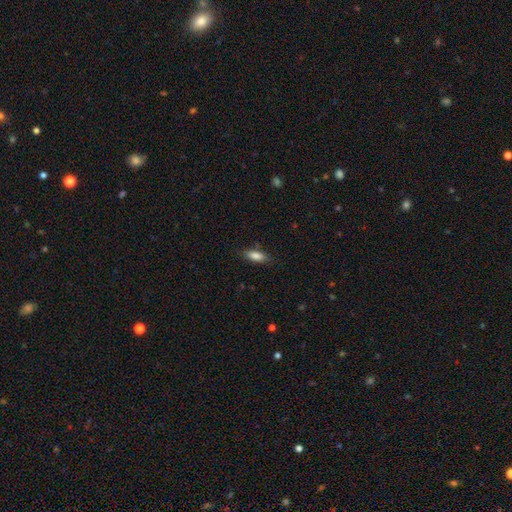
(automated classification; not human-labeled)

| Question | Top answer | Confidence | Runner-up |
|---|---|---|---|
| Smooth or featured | smooth | 84% | featured or disk (8%) |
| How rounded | in between | 69% | cigar-shaped (29%) |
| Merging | none | 82% | minor disturbance (13%) |